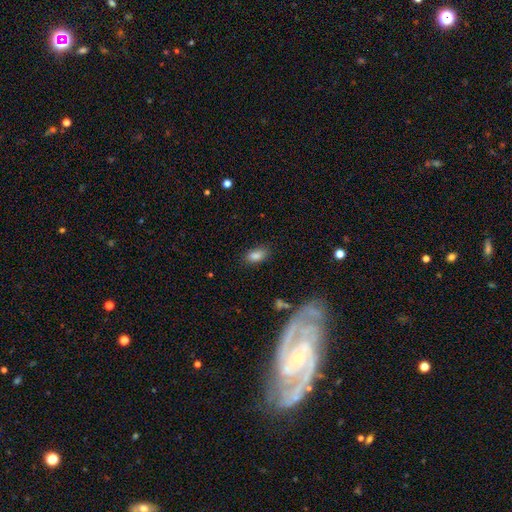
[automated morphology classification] Smooth or featured? smooth (84%)
How rounded? in between (89%)
Merging? none (83%)